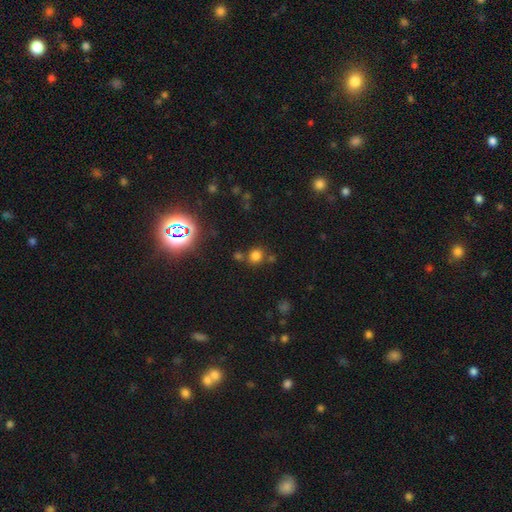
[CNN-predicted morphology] This is likely a smooth galaxy (74%). How rounded: clearly round (84%). Merging: likely none (71%).